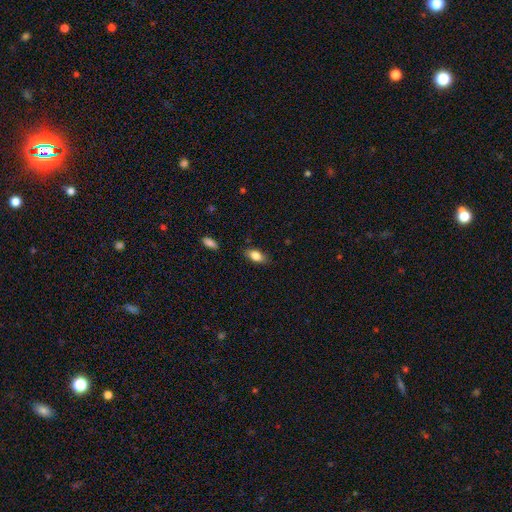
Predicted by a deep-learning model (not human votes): Q: Smooth or featured?
A: smooth (83%); runner-up: featured or disk (9%)
Q: How rounded?
A: in between (87%); runner-up: cigar-shaped (8%)
Q: Merging?
A: none (82%); runner-up: minor disturbance (14%)